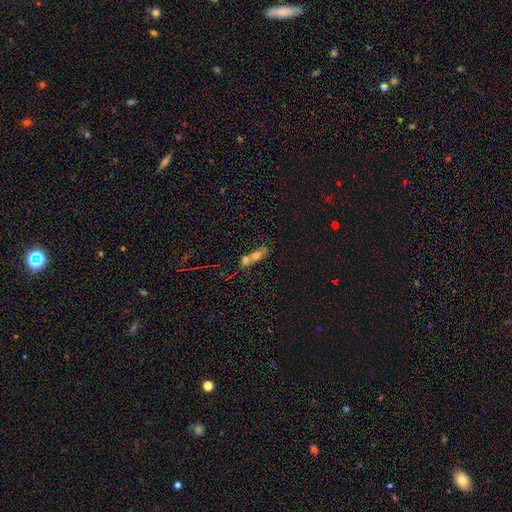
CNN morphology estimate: Q: Smooth or featured?
A: smooth (63%); runner-up: featured or disk (23%)
Q: How rounded?
A: in between (60%); runner-up: round (30%)
Q: Merging?
A: merger (68%); runner-up: none (20%)